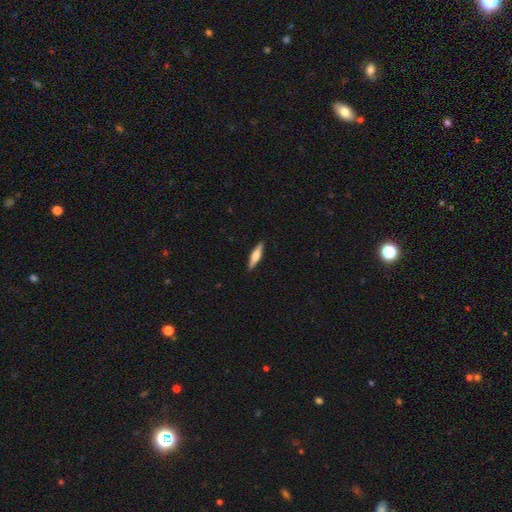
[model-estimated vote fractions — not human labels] This is possibly a smooth galaxy (49%). Merging: clearly none (90%).